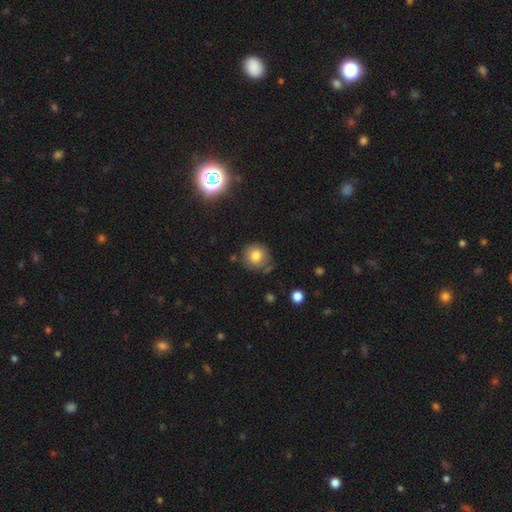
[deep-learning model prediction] Overall: smooth (78%). How rounded: round (88%). Merging: none (72%).